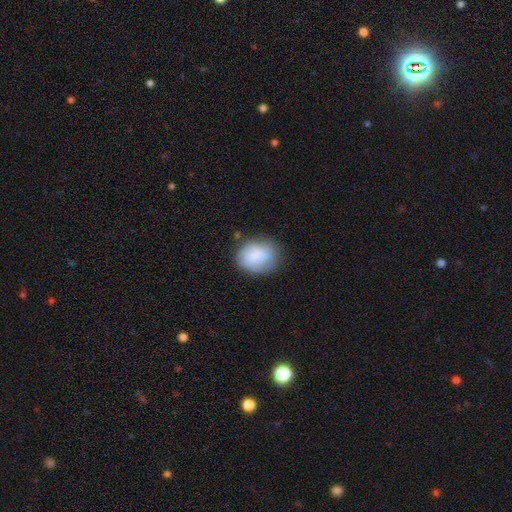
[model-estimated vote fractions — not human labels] Smooth or featured: smooth — 80% (featured or disk — 13%)
How rounded: in between — 50% (round — 49%)
Merging: none — 63% (minor disturbance — 26%)